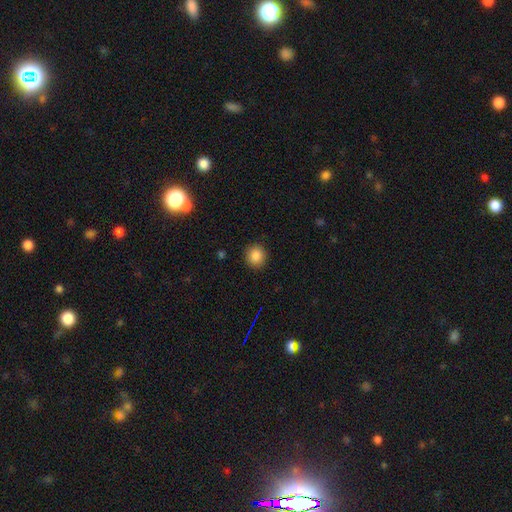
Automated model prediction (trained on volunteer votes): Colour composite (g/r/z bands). It shows a smooth galaxy with no disk features (86%) that is round (89%). Merging: none (91%).